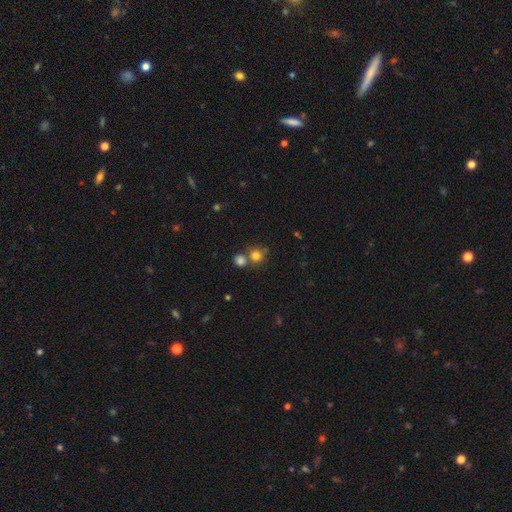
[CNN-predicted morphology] Overall: smooth (79%). How rounded: round (88%). Merging: none (57%; merger 31%).